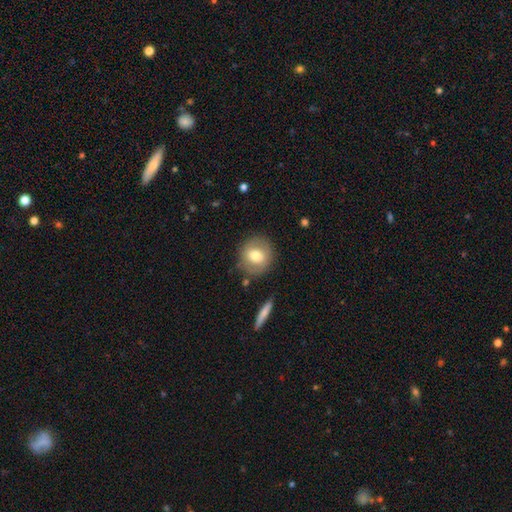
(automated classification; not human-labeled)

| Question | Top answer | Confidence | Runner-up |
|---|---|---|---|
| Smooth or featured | smooth | 69% | featured or disk (23%) |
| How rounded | round | 85% | in between (14%) |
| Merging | none | 83% | minor disturbance (11%) |